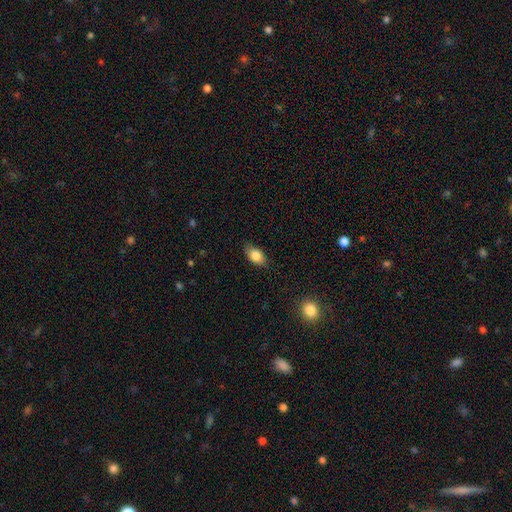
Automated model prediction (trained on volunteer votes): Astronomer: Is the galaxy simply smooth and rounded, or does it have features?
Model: smooth — 83%.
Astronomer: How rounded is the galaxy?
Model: in between — 88%.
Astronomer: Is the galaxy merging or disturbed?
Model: none — 81%.